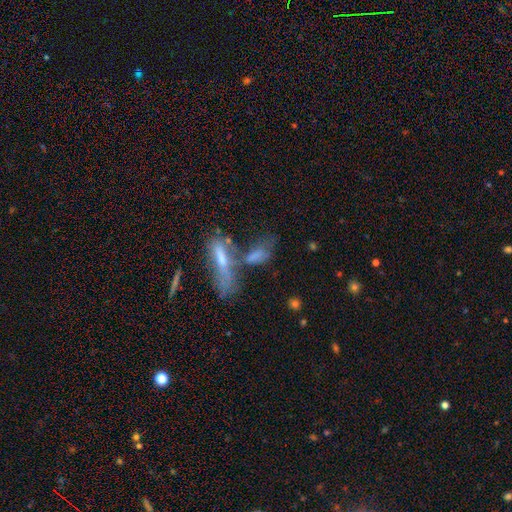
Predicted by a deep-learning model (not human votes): smooth-or-featured: smooth: 59% | featured or disk: 28% | star or artifact: 13%
  how-rounded: in between: 65% | cigar-shaped: 30% | round: 5%
  merging: merger: 46% | none: 23% | major disturbance: 17% | minor disturbance: 14%